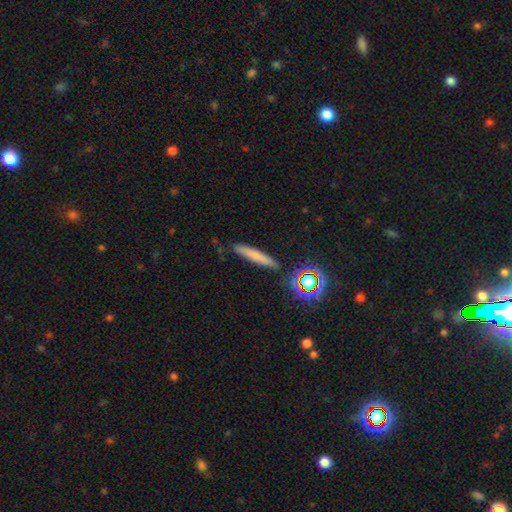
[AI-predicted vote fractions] smooth-or-featured: smooth: 65% | featured or disk: 22% | star or artifact: 13%
  how-rounded: cigar-shaped: 91% | in between: 6% | round: 3%
  merging: none: 86% | minor disturbance: 9% | merger: 3% | major disturbance: 2%